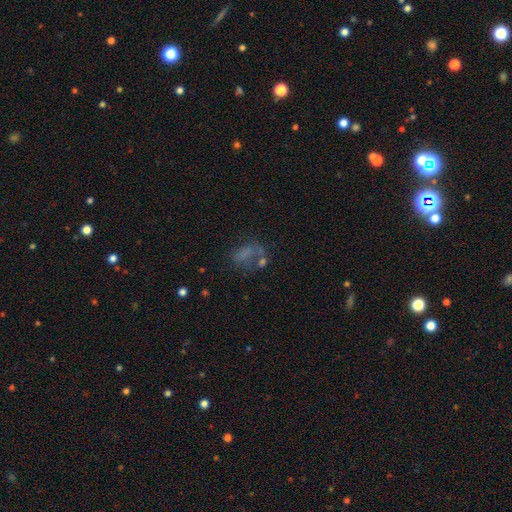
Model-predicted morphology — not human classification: smooth-or-featured: smooth: 44% | featured or disk: 33% | star or artifact: 23%
  merging: none: 35% | major disturbance: 30% | merger: 17% | minor disturbance: 17%